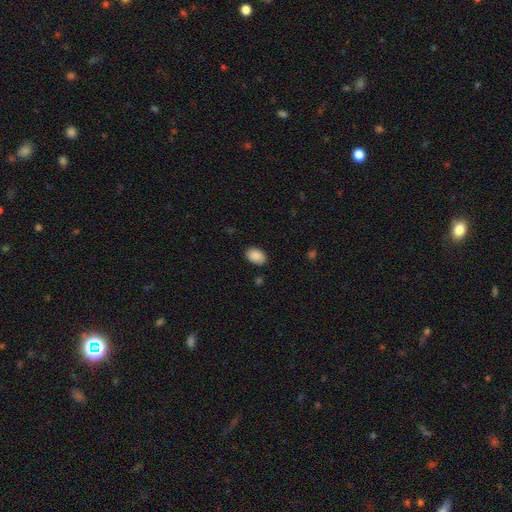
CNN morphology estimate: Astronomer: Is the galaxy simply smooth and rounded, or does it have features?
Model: smooth — 90%.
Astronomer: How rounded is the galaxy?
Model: in between — 84%.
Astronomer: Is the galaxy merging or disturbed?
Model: none — 85%.